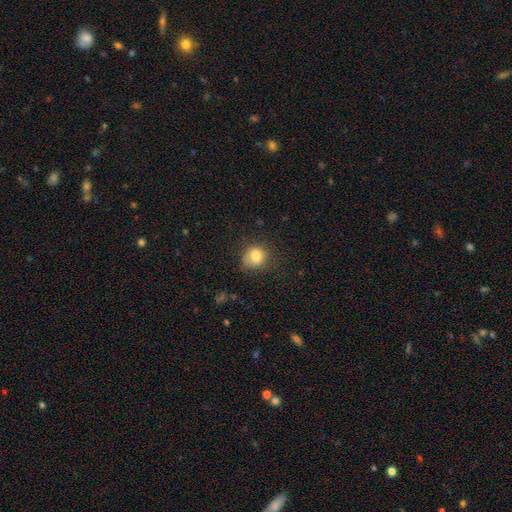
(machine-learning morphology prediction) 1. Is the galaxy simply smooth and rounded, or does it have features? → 79% smooth, 11% star or artifact, 10% featured or disk.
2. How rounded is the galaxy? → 72% round, 27% in between, 1% cigar-shaped.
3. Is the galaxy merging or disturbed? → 64% none, 25% minor disturbance, 9% major disturbance, 2% merger.